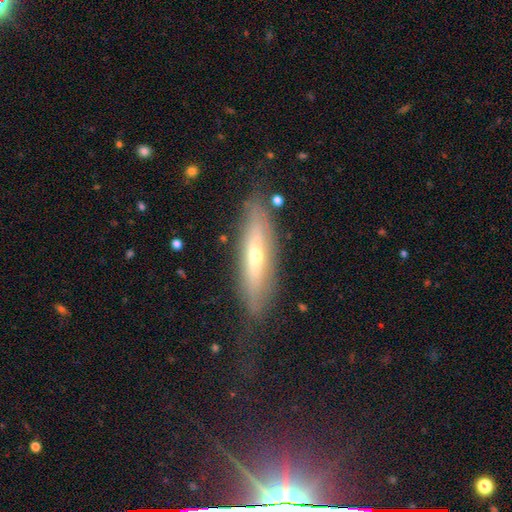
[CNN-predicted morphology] A featured or disk galaxy (58%) viewed edge-on (72%).

Vote fractions:
- Smooth or featured? featured or disk: 58% / smooth: 34% / star or artifact: 9%
- Edge-on disk? yes: 72% / no: 28%
- Merging? none: 74% / minor disturbance: 17% / major disturbance: 7% / merger: 2%